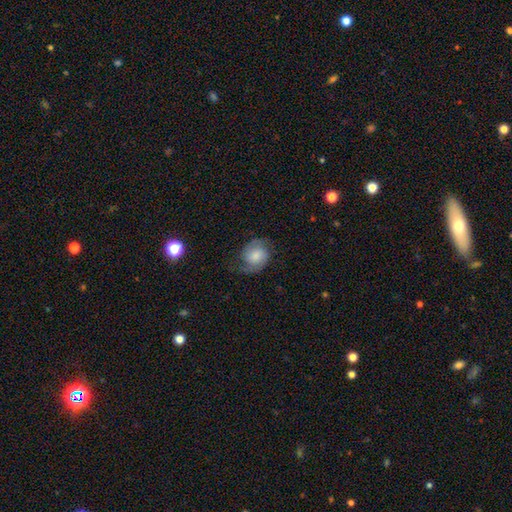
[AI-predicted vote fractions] Smooth or featured?
  - featured or disk: 63% *
  - smooth: 29%
  - star or artifact: 8%
Edge-on disk?
  - no: 98% *
  - yes: 2%
Bar?
  - no: 67% *
  - weak: 28%
  - strong: 5%
Spiral arms?
  - yes: 94% *
  - no: 6%
Spiral winding?
  - medium: 47% *
  - loose: 29%
  - tight: 24%
Spiral arm count?
  - 2: 90% *
  - can't tell: 4%
  - 1: 3%
  - 3: 1%
  - 4: 1%
  - more than 4: 1%
Bulge size?
  - moderate: 36% *
  - small: 23%
  - large: 20%
  - none: 15%
  - dominant: 5%
Merging?
  - none: 69% *
  - minor disturbance: 20%
  - major disturbance: 10%
  - merger: 1%